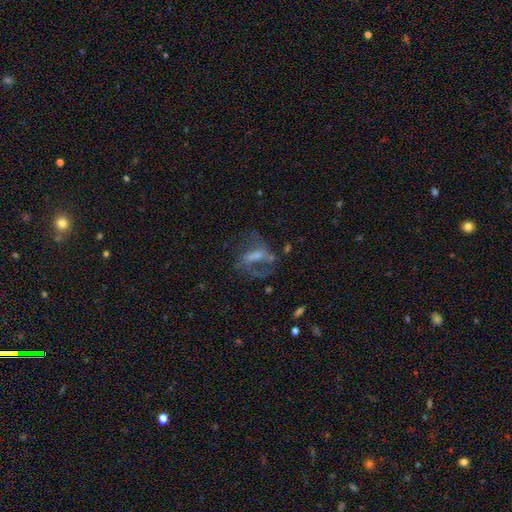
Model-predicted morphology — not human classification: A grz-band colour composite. It shows a featured or disk galaxy (64%) with a weak bar (39%), spiral arms (64%) and a small central bulge (39%). Merging: none (49%).